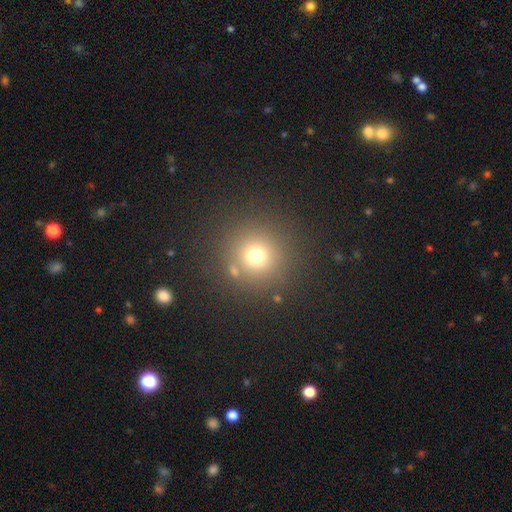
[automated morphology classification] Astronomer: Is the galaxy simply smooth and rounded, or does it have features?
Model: smooth — 70%.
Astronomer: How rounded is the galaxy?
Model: round — 94%.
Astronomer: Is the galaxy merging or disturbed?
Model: none — 81%.